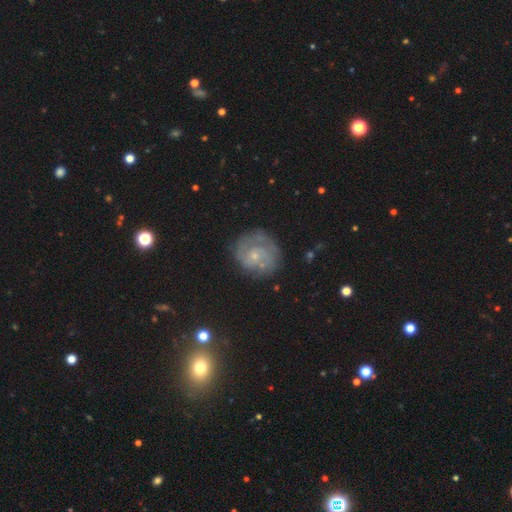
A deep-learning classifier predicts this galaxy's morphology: Smooth or featured: featured or disk — 75% (smooth — 16%)
Edge-on disk: no — 98% (yes — 2%)
Bar: no — 71% (weak — 25%)
Spiral arms: yes — 91% (no — 9%)
Spiral winding: tight — 60% (medium — 31%)
Spiral arm count: 2 — 39% (can't tell — 30%)
Bulge size: small — 76% (moderate — 17%)
Merging: none — 74% (minor disturbance — 16%)